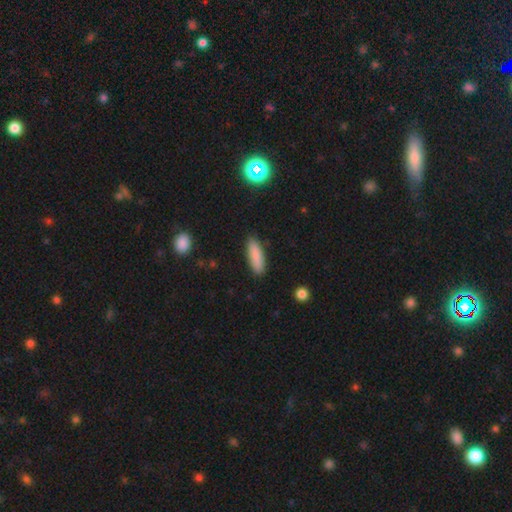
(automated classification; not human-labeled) Smooth or featured? smooth (87%)
How rounded? cigar-shaped (51%)
Merging? none (88%)